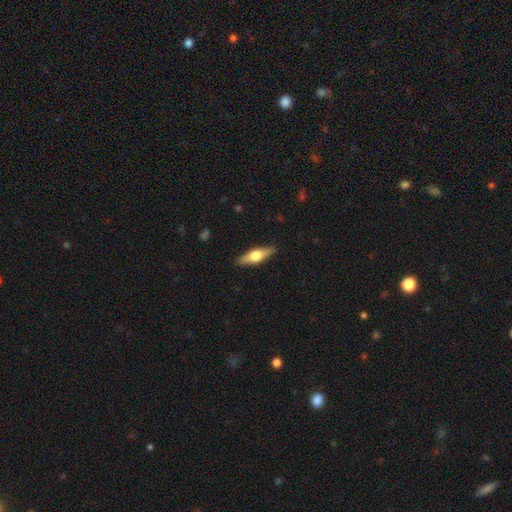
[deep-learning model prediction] smooth_or_featured: featured or disk (p=0.51) [alt: smooth p=0.43]
disk_edge_on: yes (p=0.93) [alt: no p=0.07]
merging: none (p=0.89) [alt: minor disturbance p=0.08]